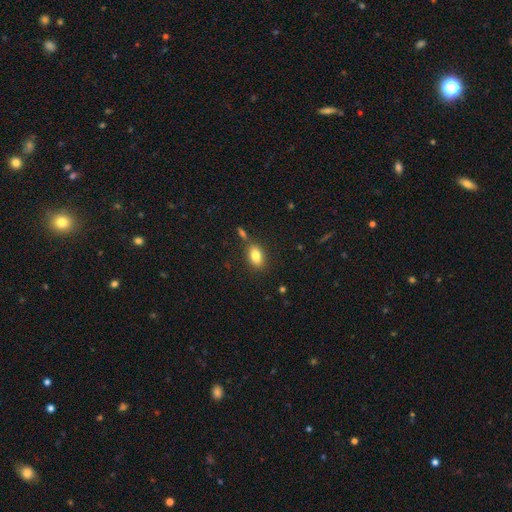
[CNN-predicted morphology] Overall: smooth (82%). How rounded: in between (87%). Merging: none (75%).